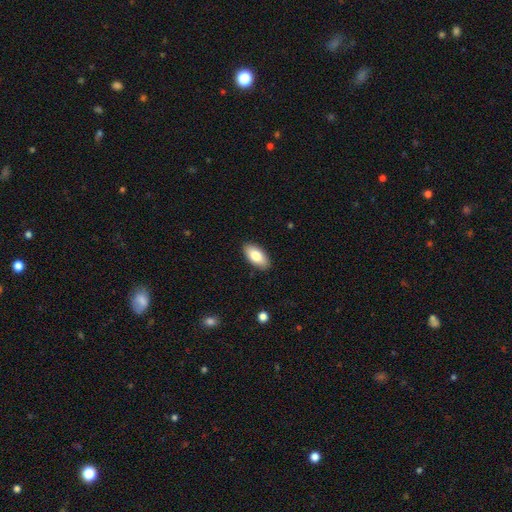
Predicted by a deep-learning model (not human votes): smooth-or-featured: smooth: 81% | featured or disk: 13% | star or artifact: 6%
  how-rounded: in between: 93% | cigar-shaped: 5% | round: 3%
  merging: none: 89% | minor disturbance: 8% | major disturbance: 2% | merger: 1%